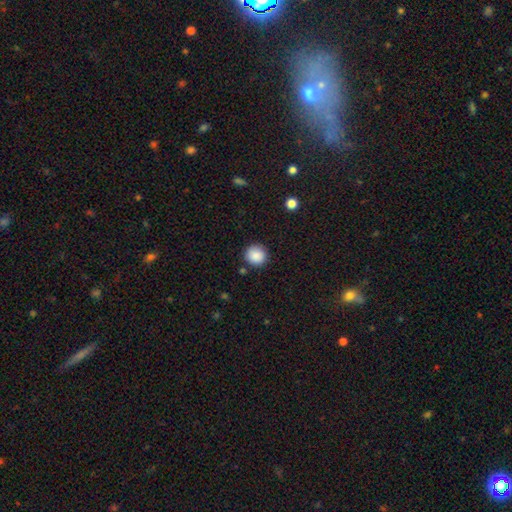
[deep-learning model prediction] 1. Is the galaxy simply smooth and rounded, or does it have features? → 88% smooth, 9% star or artifact, 3% featured or disk.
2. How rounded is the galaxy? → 93% round, 6% in between, 1% cigar-shaped.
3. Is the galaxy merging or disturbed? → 88% none, 8% minor disturbance, 2% major disturbance, 2% merger.